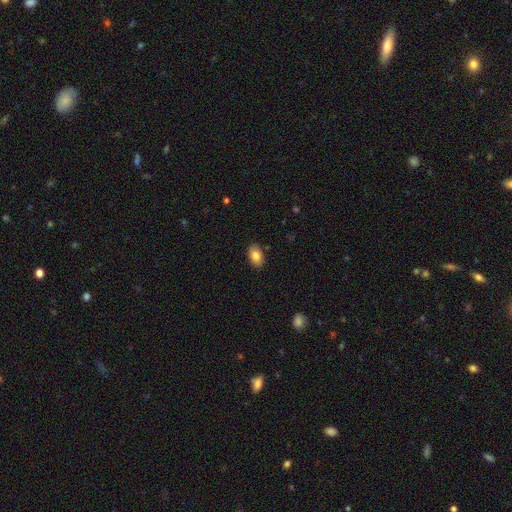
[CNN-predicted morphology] Smooth or featured? smooth (84%)
How rounded? in between (90%)
Merging? none (88%)